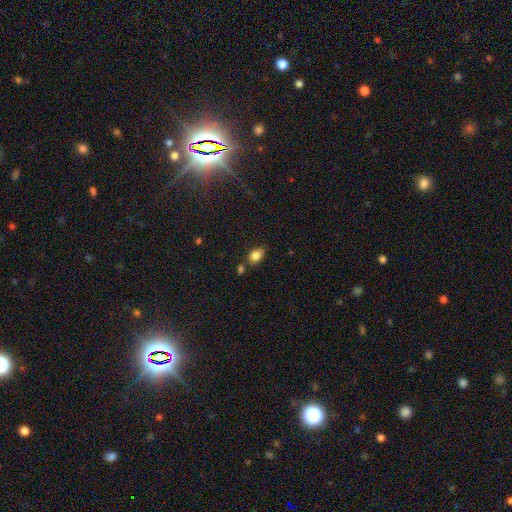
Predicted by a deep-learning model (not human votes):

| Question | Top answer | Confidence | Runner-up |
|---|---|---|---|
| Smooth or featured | smooth | 83% | star or artifact (10%) |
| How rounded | in between | 79% | round (20%) |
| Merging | none | 71% | minor disturbance (17%) |